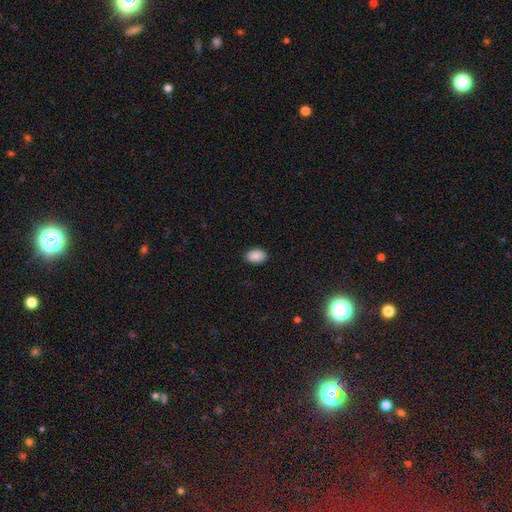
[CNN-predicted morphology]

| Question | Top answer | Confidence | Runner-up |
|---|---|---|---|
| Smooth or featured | smooth | 89% | star or artifact (8%) |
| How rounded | in between | 89% | round (9%) |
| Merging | none | 88% | minor disturbance (9%) |